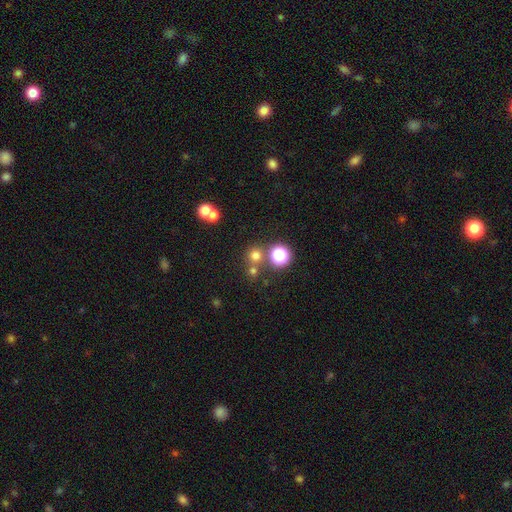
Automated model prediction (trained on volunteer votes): smooth 69%, star or artifact 23%, featured or disk 7%. Down the decision tree: how rounded — round (92%); merging — none (71%).